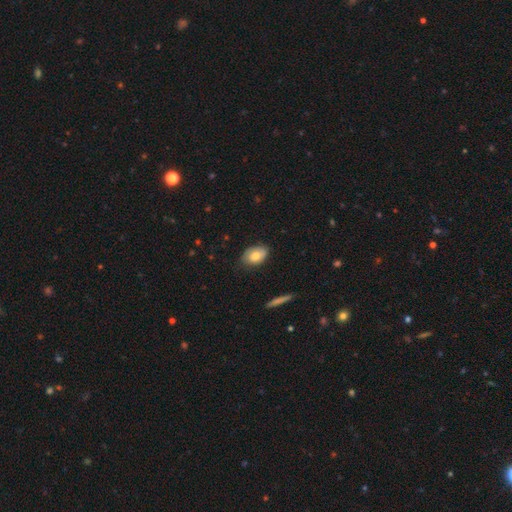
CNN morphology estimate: This appears to be a smooth galaxy with no disk features (75%) that is in between round and cigar-shaped (86%). Merging: none (76%).